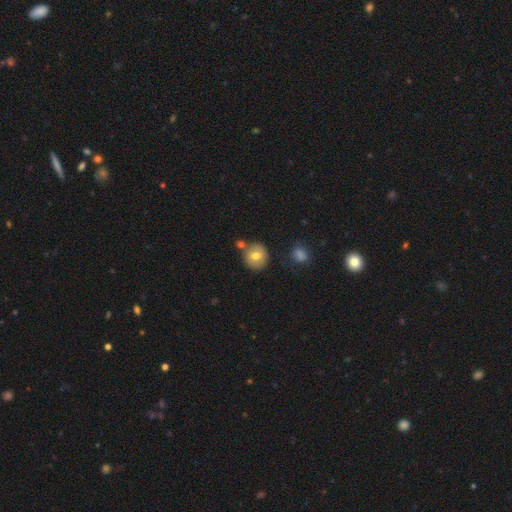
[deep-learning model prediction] Smooth or featured?
  - smooth: 72% *
  - featured or disk: 19%
  - star or artifact: 9%
How rounded?
  - round: 86% *
  - in between: 14%
  - cigar-shaped: 1%
Merging?
  - none: 72% *
  - merger: 13%
  - minor disturbance: 12%
  - major disturbance: 3%